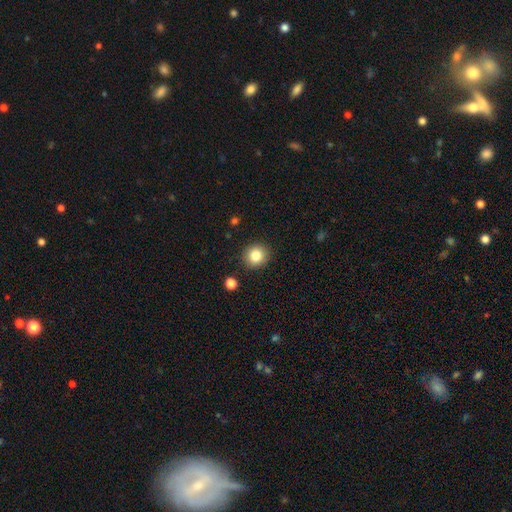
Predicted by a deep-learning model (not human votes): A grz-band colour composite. It shows a smooth galaxy with no disk features (82%) that is round (87%). Merging: none (90%).